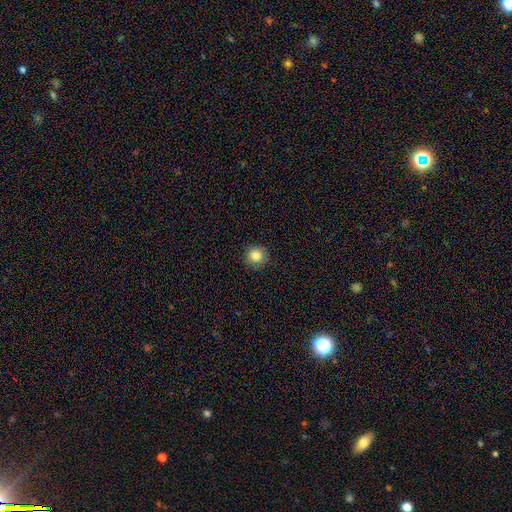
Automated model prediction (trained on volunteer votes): Smooth or featured? smooth (85%)
How rounded? round (93%)
Merging? none (87%)